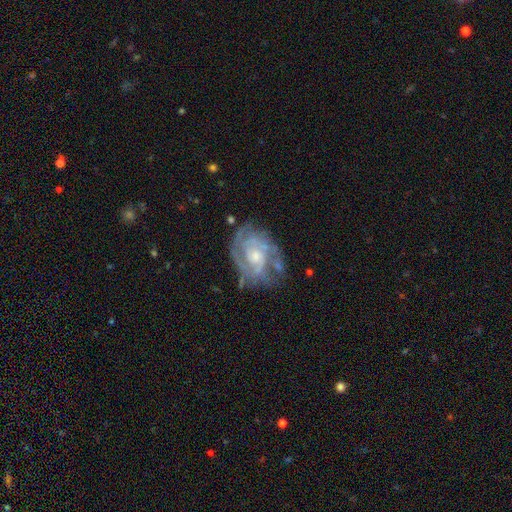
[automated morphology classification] Smooth or featured?
  - featured or disk: 83% *
  - smooth: 10%
  - star or artifact: 6%
Edge-on disk?
  - no: 97% *
  - yes: 3%
Bar?
  - no: 69% *
  - weak: 26%
  - strong: 5%
Spiral arms?
  - yes: 90% *
  - no: 10%
Spiral winding?
  - tight: 56% *
  - medium: 35%
  - loose: 9%
Spiral arm count?
  - 2: 40% *
  - can't tell: 31%
  - 3: 16%
  - 4: 5%
  - 1: 5%
  - more than 4: 4%
Bulge size?
  - small: 46% *
  - moderate: 44%
  - none: 5%
  - large: 4%
  - dominant: 1%
Merging?
  - none: 64% *
  - minor disturbance: 22%
  - major disturbance: 11%
  - merger: 3%